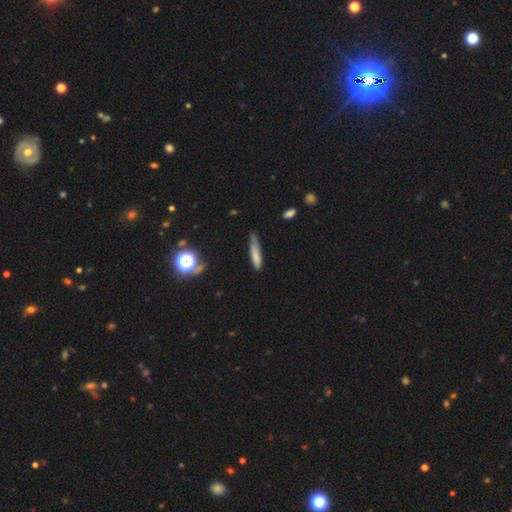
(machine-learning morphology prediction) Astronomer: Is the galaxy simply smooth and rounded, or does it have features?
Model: smooth — 72%.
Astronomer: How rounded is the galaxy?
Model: cigar-shaped — 84%.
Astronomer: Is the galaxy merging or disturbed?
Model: none — 53% (runner-up: minor disturbance, 34%).